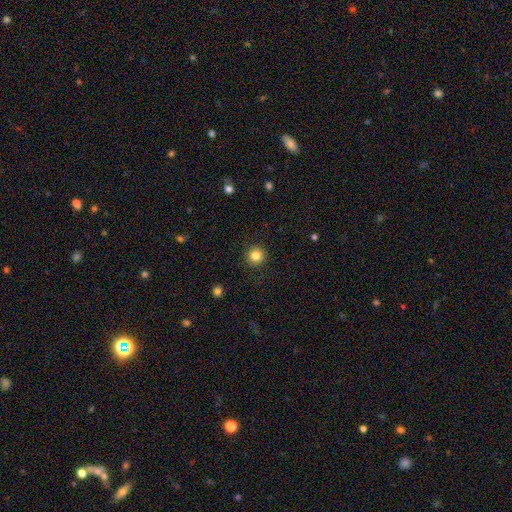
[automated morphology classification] Smooth or featured?
  - smooth: 84% *
  - star or artifact: 11%
  - featured or disk: 5%
How rounded?
  - round: 94% *
  - in between: 5%
  - cigar-shaped: 1%
Merging?
  - none: 92% *
  - minor disturbance: 5%
  - major disturbance: 2%
  - merger: 1%